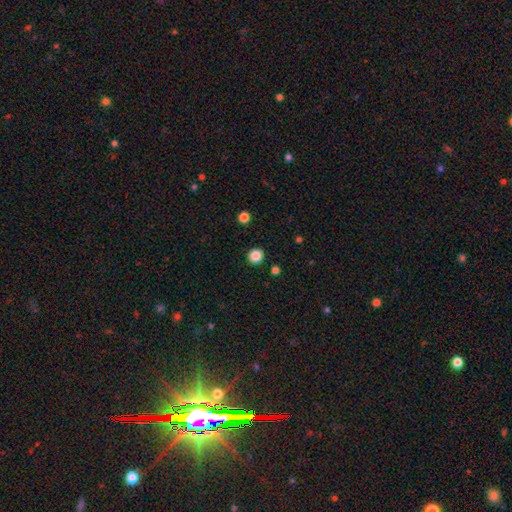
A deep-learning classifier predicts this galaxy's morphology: This is clearly a smooth galaxy (86%). How rounded: clearly round (93%). Merging: clearly none (92%).